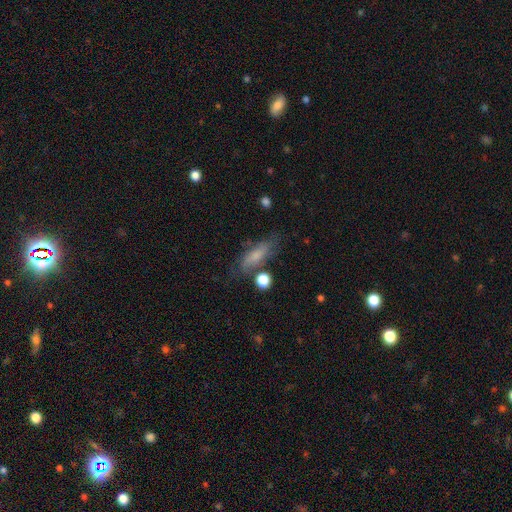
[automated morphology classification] This appears to be a smooth galaxy with no disk features (64%) that is in between round and cigar-shaped (54%). Merging: none (63%).